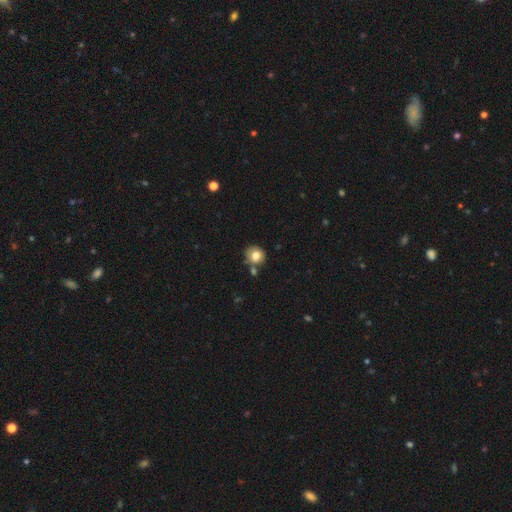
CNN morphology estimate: type=smooth (79%); roundness=round (84%); merging=none (67%).